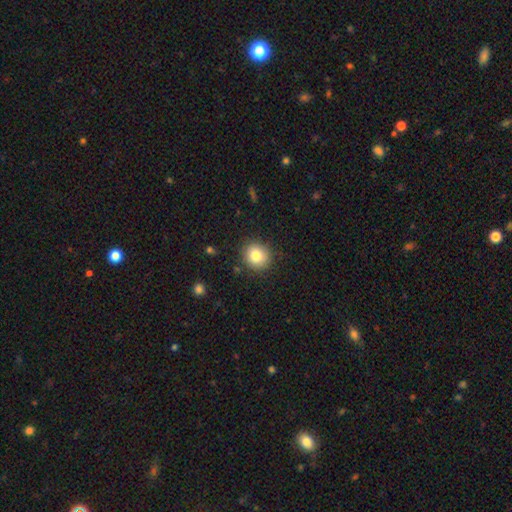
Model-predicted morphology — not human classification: A smooth galaxy with no disk features (81%) that is round (81%).

Vote fractions:
- Smooth or featured? smooth: 81% / star or artifact: 10% / featured or disk: 9%
- How rounded? round: 81% / in between: 18% / cigar-shaped: 1%
- Merging? none: 88% / minor disturbance: 8% / major disturbance: 2% / merger: 1%